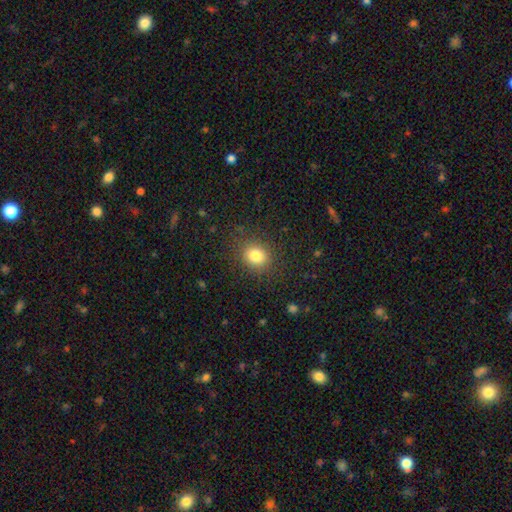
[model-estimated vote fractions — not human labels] Q: Smooth or featured?
A: smooth (81%); runner-up: star or artifact (12%)
Q: How rounded?
A: round (70%); runner-up: in between (29%)
Q: Merging?
A: none (86%); runner-up: minor disturbance (9%)